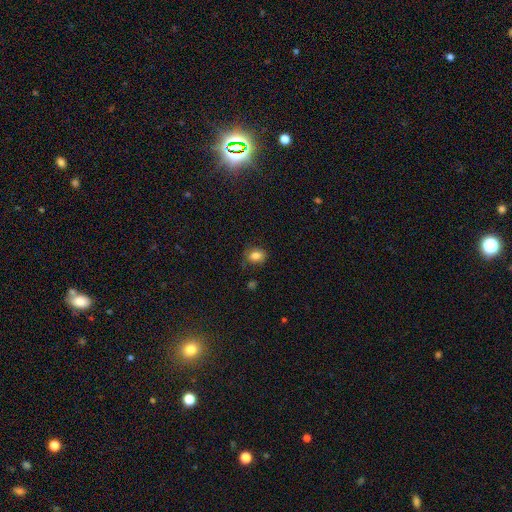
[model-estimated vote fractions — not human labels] Smooth or featured?
  - smooth: 81% *
  - star or artifact: 11%
  - featured or disk: 8%
How rounded?
  - in between: 53% *
  - round: 45%
  - cigar-shaped: 1%
Merging?
  - none: 76% *
  - minor disturbance: 18%
  - major disturbance: 5%
  - merger: 2%